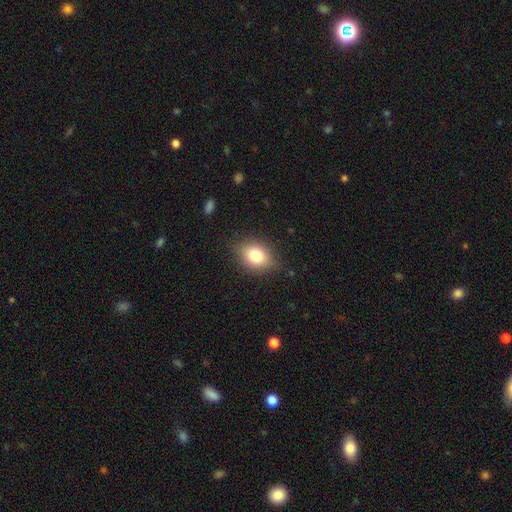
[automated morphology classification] Smooth or featured? Predicted: smooth (p=0.77). How rounded? Predicted: in between (p=0.65). Merging? Predicted: none (p=0.80).